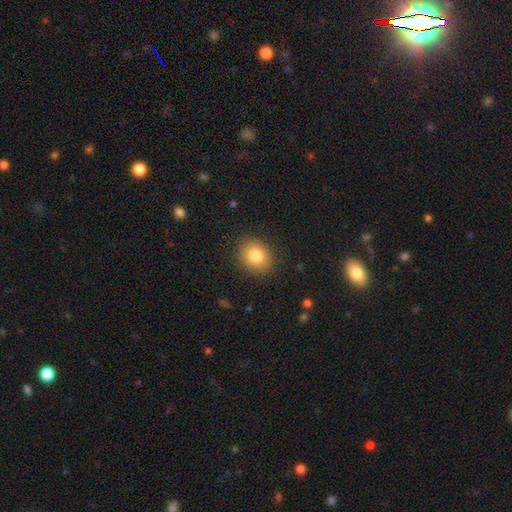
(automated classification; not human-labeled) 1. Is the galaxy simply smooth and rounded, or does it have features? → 83% smooth, 9% star or artifact, 8% featured or disk.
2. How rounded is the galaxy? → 58% round, 41% in between, 1% cigar-shaped.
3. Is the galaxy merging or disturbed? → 87% none, 9% minor disturbance, 3% major disturbance, 1% merger.